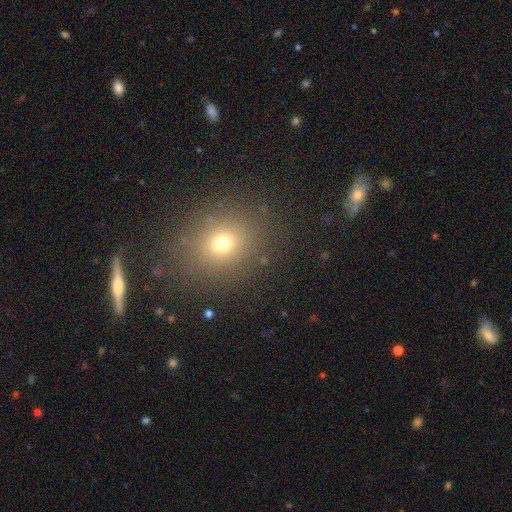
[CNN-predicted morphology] The model was most divided on "smooth or featured": smooth: 60%, star or artifact: 29%, featured or disk: 11%. More confident: merging — none (87%); how rounded — round (71%).